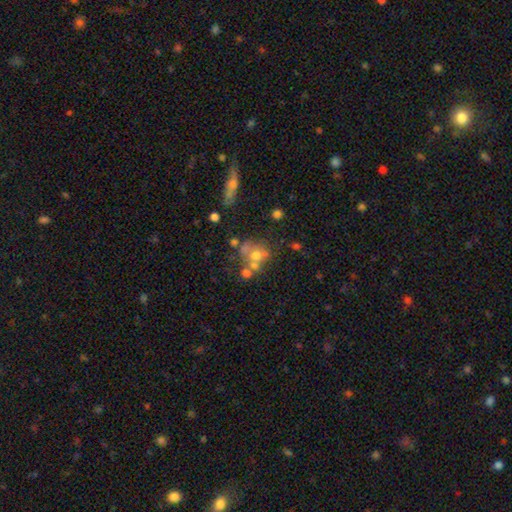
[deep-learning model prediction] Smooth or featured?
  - smooth: 46% *
  - featured or disk: 35%
  - star or artifact: 18%
Merging?
  - merger: 39% *
  - none: 35%
  - minor disturbance: 14%
  - major disturbance: 12%